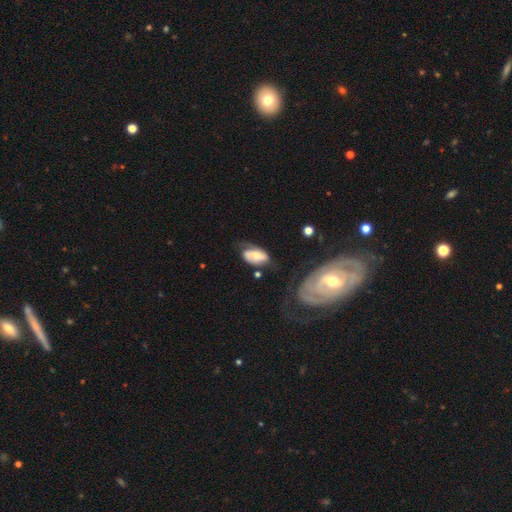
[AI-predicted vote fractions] This is possibly a featured or disk galaxy (57%). It is clearly not viewed edge-on (93%). Bar: marginally no (41%). Spiral arm pattern: likely yes (78%). Central bulge: possibly moderate (55%). Merging: possibly none (48%).